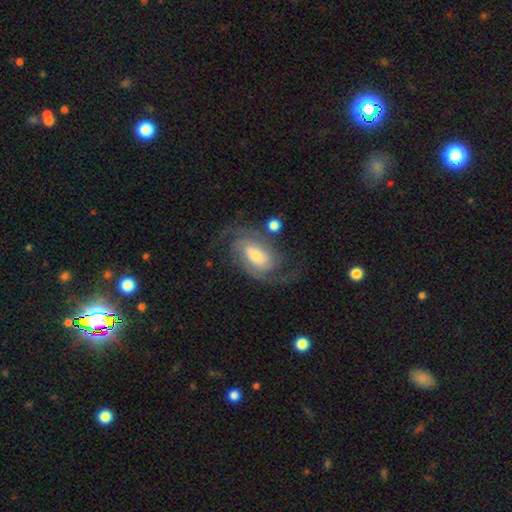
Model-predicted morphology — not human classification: smooth_or_featured: featured or disk (p=0.87) [alt: smooth p=0.08]
disk_edge_on: no (p=0.97) [alt: yes p=0.03]
bar: weak (p=0.46) [alt: no p=0.32]
has_spiral_arms: yes (p=0.97) [alt: no p=0.03]
spiral_winding: medium (p=0.49) [alt: tight p=0.34]
spiral_arm_count: 2 (p=0.75) [alt: 3 p=0.10]
bulge_size: moderate (p=0.45) [alt: small p=0.33]
merging: none (p=0.70) [alt: minor disturbance p=0.15]